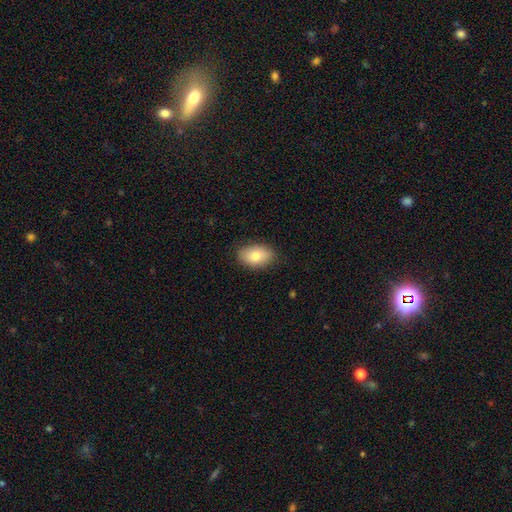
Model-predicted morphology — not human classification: Q: Smooth or featured?
A: smooth (79%); runner-up: featured or disk (14%)
Q: How rounded?
A: in between (89%); runner-up: round (9%)
Q: Merging?
A: none (85%); runner-up: minor disturbance (12%)